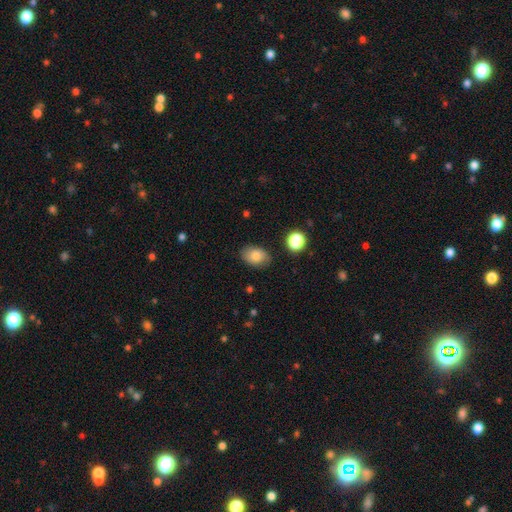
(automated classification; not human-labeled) Smooth or featured? Predicted: smooth (p=0.80). How rounded? Predicted: in between (p=0.81). Merging? Predicted: none (p=0.80).